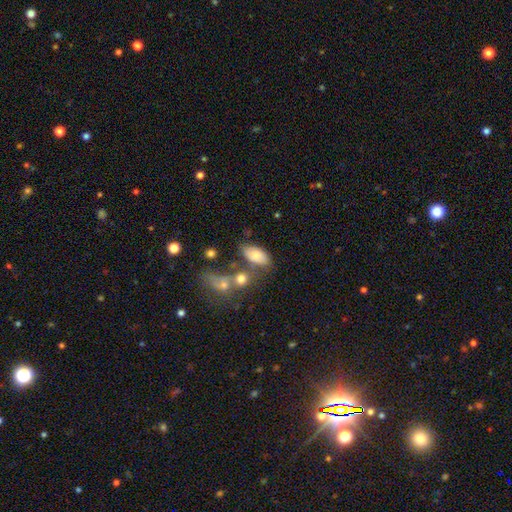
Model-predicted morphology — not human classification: type=smooth (76%); roundness=in between (91%); merging=none (53%).